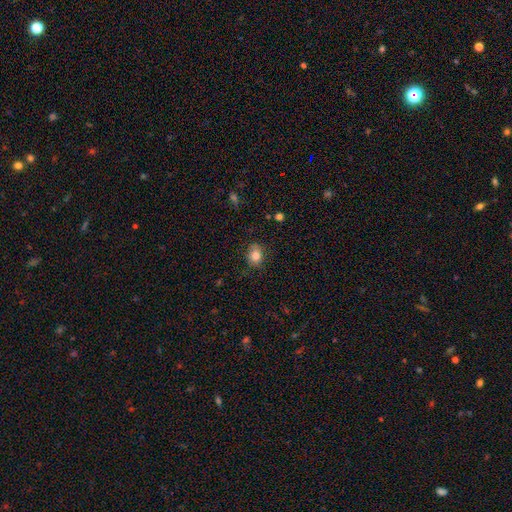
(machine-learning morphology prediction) The model was most divided on "how rounded": round: 61%, in between: 38%, cigar-shaped: 1%. More confident: smooth or featured — smooth (82%); merging — none (77%).